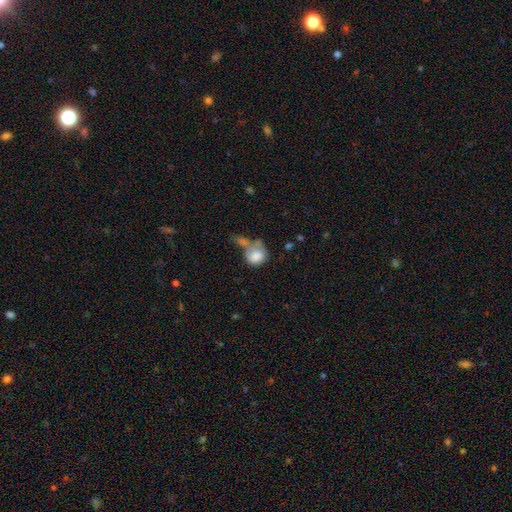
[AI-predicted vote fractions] Smooth or featured: smooth — 77% (featured or disk — 16%)
How rounded: round — 62% (in between — 37%)
Merging: merger — 40% (none — 23%)